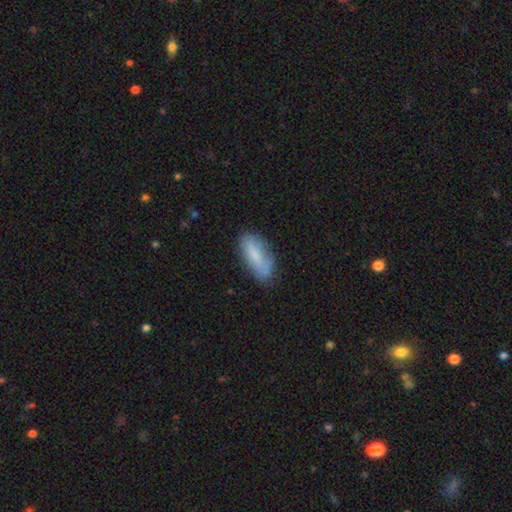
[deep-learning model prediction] This is likely a smooth galaxy (74%). How rounded: clearly in between (81%). Merging: likely none (69%).